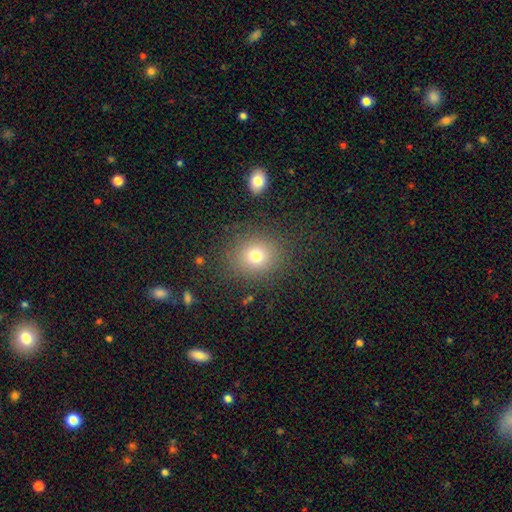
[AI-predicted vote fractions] Smooth or featured: smooth — 74% (star or artifact — 16%)
How rounded: round — 78% (in between — 21%)
Merging: none — 85% (minor disturbance — 9%)